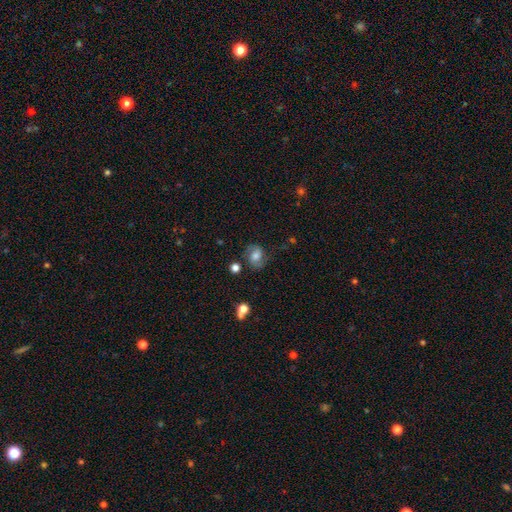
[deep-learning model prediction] Smooth or featured?
  - featured or disk: 46% *
  - smooth: 44%
  - star or artifact: 11%
Merging?
  - none: 67% *
  - minor disturbance: 20%
  - major disturbance: 10%
  - merger: 3%